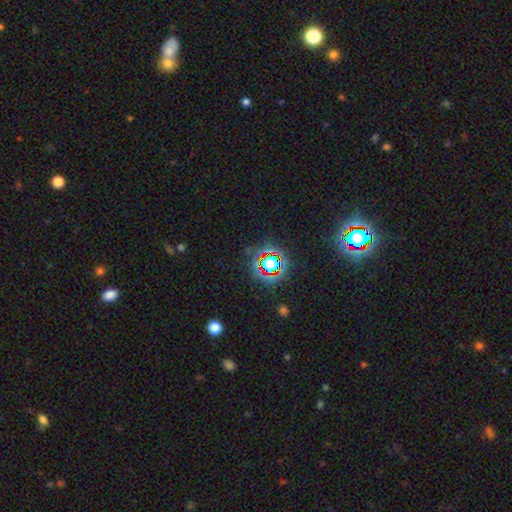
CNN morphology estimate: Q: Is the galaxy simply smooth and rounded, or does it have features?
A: star or artifact — 77%.